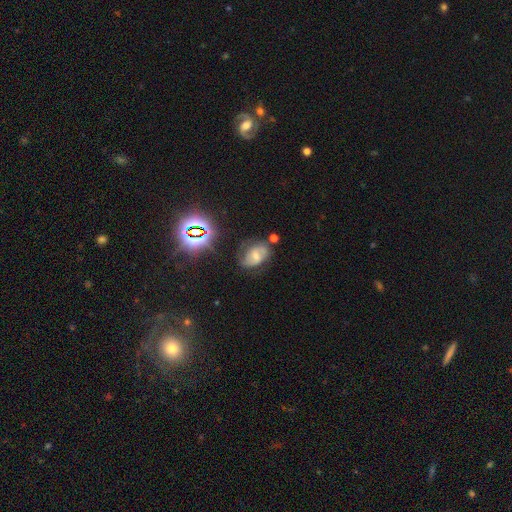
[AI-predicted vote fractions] Smooth or featured: featured or disk — 53% (smooth — 31%)
Edge-on disk: no — 96% (yes — 4%)
Bar: weak — 46% (no — 37%)
Spiral arms: yes — 81% (no — 19%)
Bulge size: small — 47% (moderate — 41%)
Merging: none — 60% (minor disturbance — 25%)